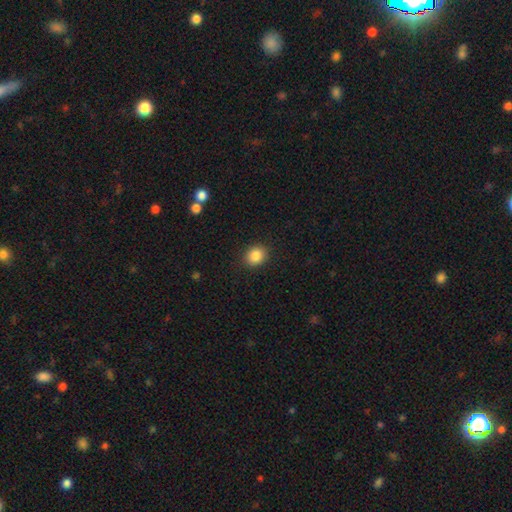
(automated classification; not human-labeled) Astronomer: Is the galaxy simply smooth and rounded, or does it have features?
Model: smooth — 86%.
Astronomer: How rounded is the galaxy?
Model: round — 65%.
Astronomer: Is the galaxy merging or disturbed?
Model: none — 90%.